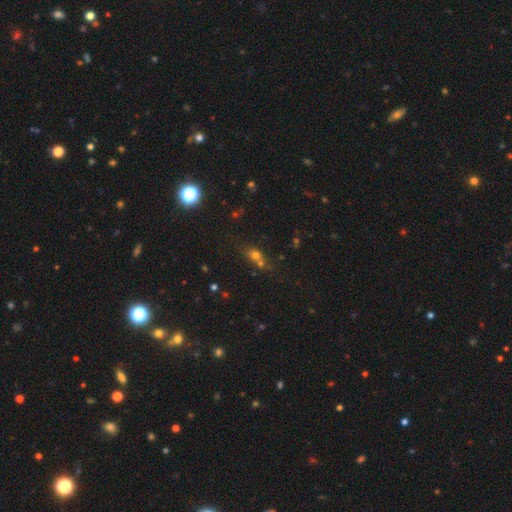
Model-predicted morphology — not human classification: This appears to be a smooth galaxy with no disk features (60%) that is round (57%). Merging: none (45%).